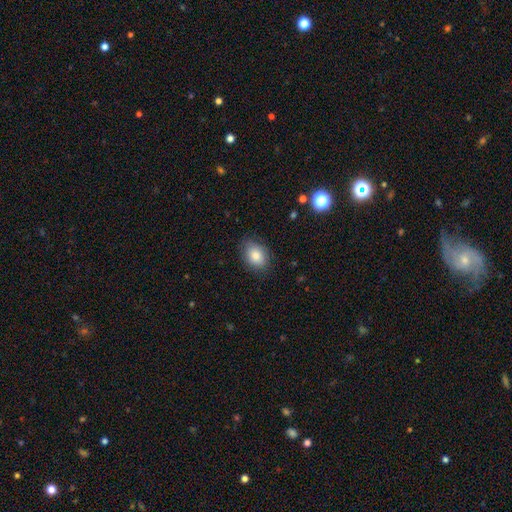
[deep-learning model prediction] Smooth or featured? smooth (83%)
How rounded? in between (75%)
Merging? none (83%)